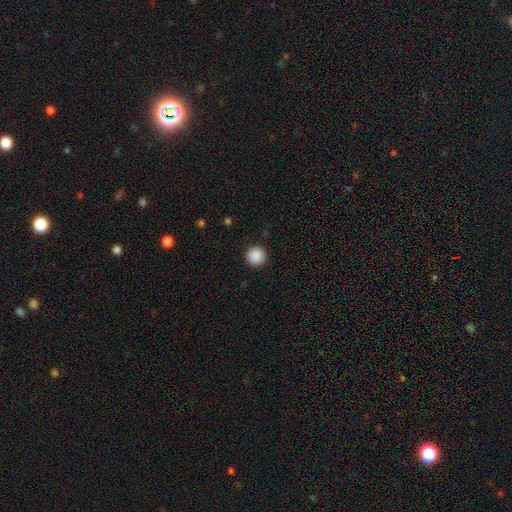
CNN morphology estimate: Smooth or featured?
  - smooth: 89% *
  - star or artifact: 8%
  - featured or disk: 2%
How rounded?
  - round: 96% *
  - in between: 3%
  - cigar-shaped: 1%
Merging?
  - none: 93% *
  - minor disturbance: 5%
  - major disturbance: 2%
  - merger: 1%